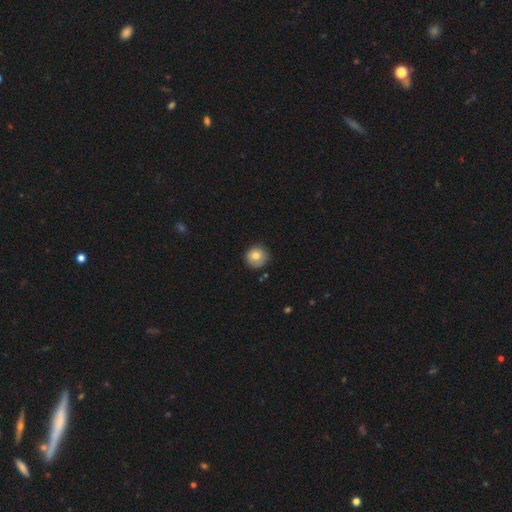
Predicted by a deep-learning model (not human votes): Overall: smooth (76%). How rounded: round (94%). Merging: none (84%).